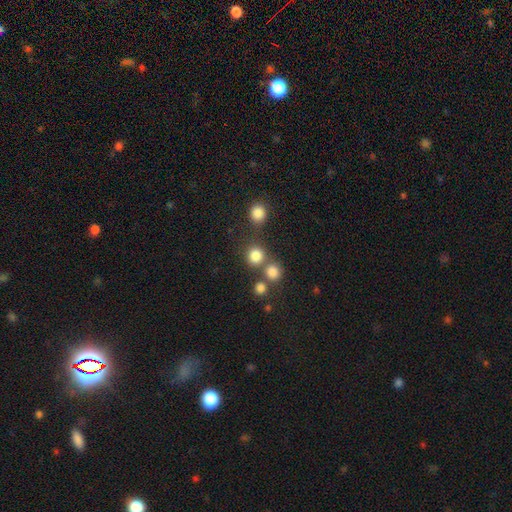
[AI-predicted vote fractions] Smooth or featured? smooth (81%)
How rounded? round (88%)
Merging? none (67%)